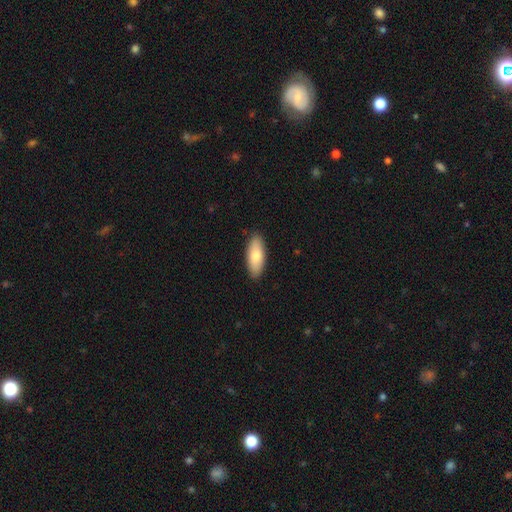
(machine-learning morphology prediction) Smooth or featured: smooth — 77% (featured or disk — 17%)
How rounded: in between — 77% (cigar-shaped — 20%)
Merging: none — 89% (minor disturbance — 9%)